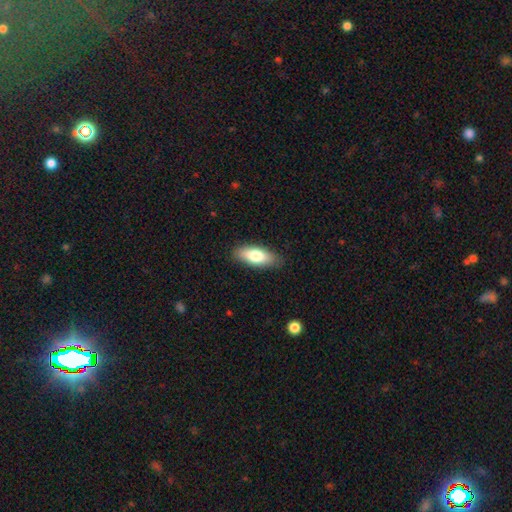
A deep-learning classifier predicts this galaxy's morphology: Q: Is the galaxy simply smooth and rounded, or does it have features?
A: smooth — 78%.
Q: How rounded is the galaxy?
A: in between — 77%.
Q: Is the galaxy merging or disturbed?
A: none — 86%.